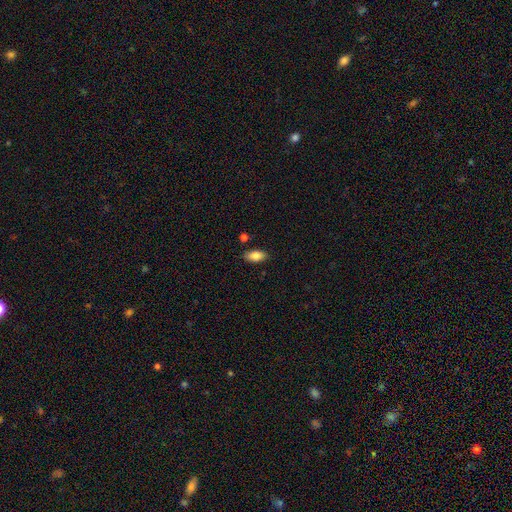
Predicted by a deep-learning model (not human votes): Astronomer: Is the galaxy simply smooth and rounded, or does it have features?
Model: smooth — 84%.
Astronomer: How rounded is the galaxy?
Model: in between — 91%.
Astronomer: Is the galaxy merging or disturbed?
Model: none — 84%.